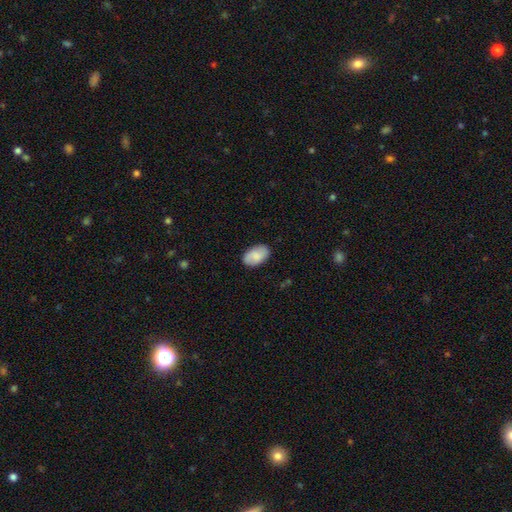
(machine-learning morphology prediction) Smooth or featured: smooth — 83% (featured or disk — 11%)
How rounded: in between — 93% (round — 6%)
Merging: none — 85% (minor disturbance — 12%)